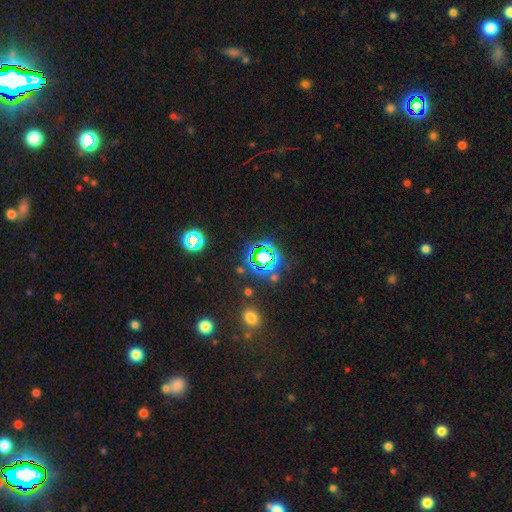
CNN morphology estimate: Smooth or featured?
  - star or artifact: 72% *
  - smooth: 19%
  - featured or disk: 9%